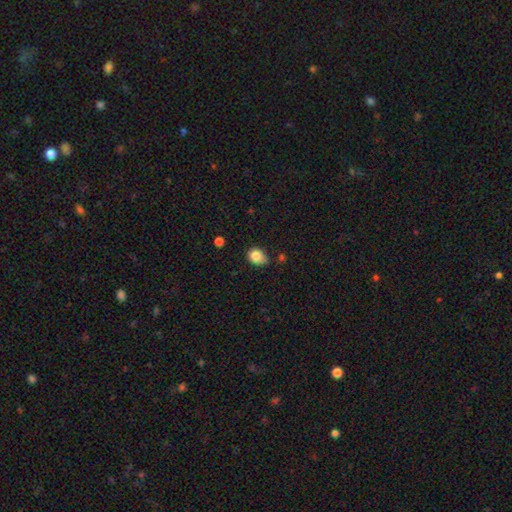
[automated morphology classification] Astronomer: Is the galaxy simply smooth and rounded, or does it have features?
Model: smooth — 84%.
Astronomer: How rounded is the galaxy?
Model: round — 50% (runner-up: in between, 49%).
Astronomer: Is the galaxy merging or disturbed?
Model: none — 53% (runner-up: minor disturbance, 36%).